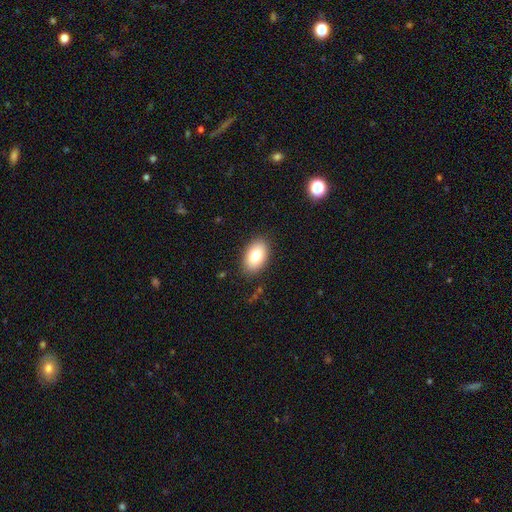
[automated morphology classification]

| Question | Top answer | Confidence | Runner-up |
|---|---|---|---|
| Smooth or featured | smooth | 80% | featured or disk (13%) |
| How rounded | in between | 90% | round (9%) |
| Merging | none | 87% | minor disturbance (10%) |